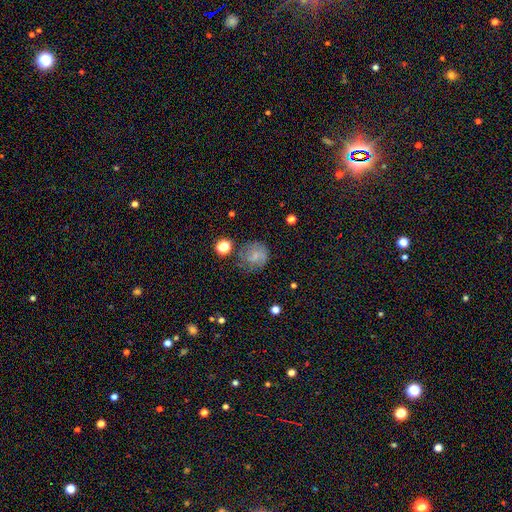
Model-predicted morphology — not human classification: Smooth or featured?
  - smooth: 59% *
  - featured or disk: 27%
  - star or artifact: 14%
How rounded?
  - round: 83% *
  - in between: 16%
  - cigar-shaped: 1%
Merging?
  - none: 57% *
  - minor disturbance: 24%
  - major disturbance: 15%
  - merger: 4%